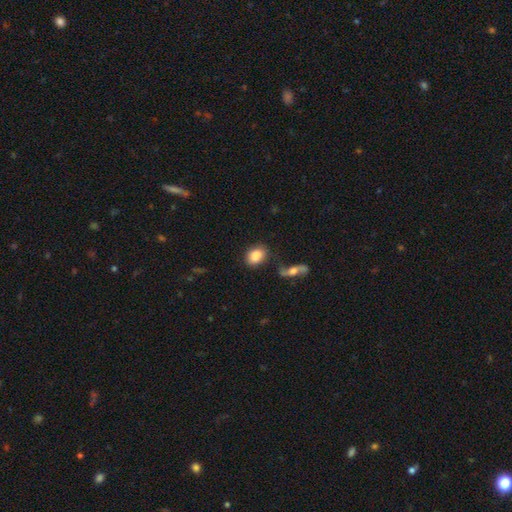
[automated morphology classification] The model was most divided on "how rounded": in between: 71%, round: 27%, cigar-shaped: 2%. More confident: smooth or featured — smooth (86%); merging — none (76%).